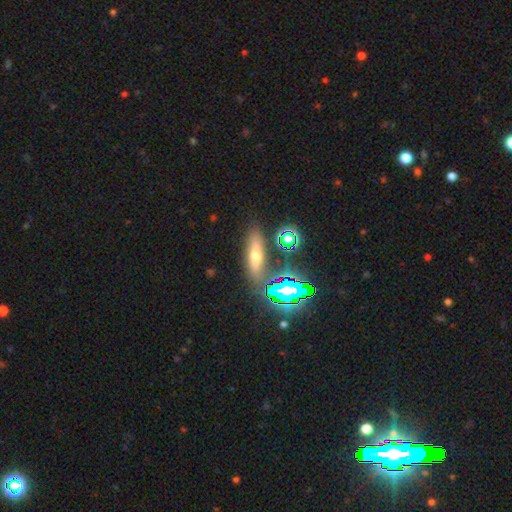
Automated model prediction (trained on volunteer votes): smooth-or-featured: smooth: 40% | star or artifact: 30% | featured or disk: 30%
  merging: none: 78% | minor disturbance: 11% | merger: 6% | major disturbance: 4%